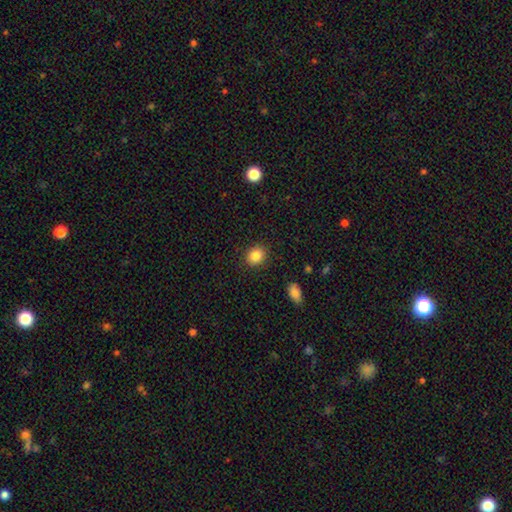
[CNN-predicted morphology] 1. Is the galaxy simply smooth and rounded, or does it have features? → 85% smooth, 9% star or artifact, 5% featured or disk.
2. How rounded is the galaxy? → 64% round, 35% in between, 1% cigar-shaped.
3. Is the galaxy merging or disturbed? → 89% none, 7% minor disturbance, 2% major disturbance, 1% merger.